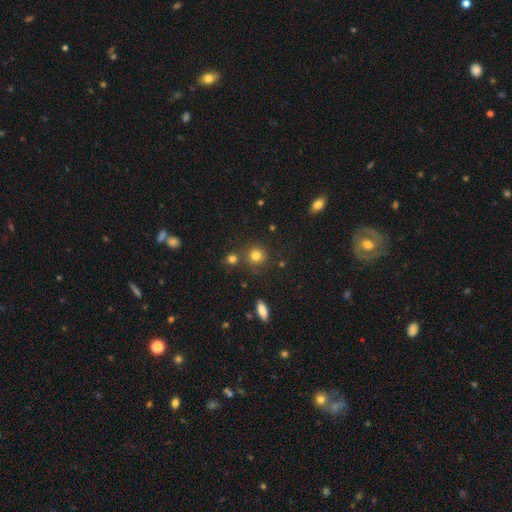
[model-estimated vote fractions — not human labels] The model was most divided on "smooth or featured": smooth: 79%, star or artifact: 14%, featured or disk: 7%. More confident: how rounded — round (90%); merging — none (78%).